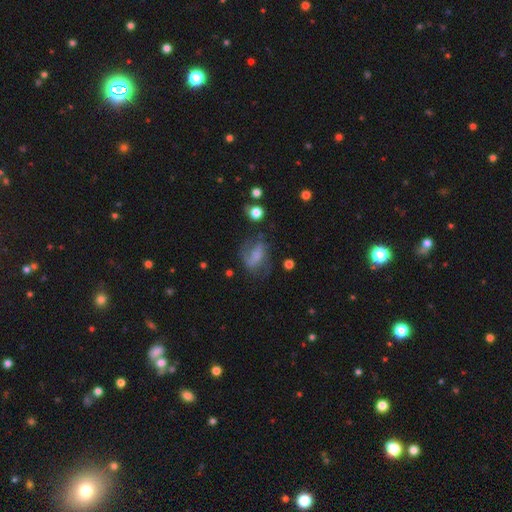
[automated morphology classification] smooth_or_featured: featured or disk (p=0.58) [alt: smooth p=0.31]
disk_edge_on: no (p=0.97) [alt: yes p=0.03]
bar: no (p=0.47) [alt: weak p=0.39]
has_spiral_arms: yes (p=0.81) [alt: no p=0.19]
bulge_size: none (p=0.45) [alt: small p=0.28]
merging: none (p=0.48) [alt: major disturbance p=0.26]